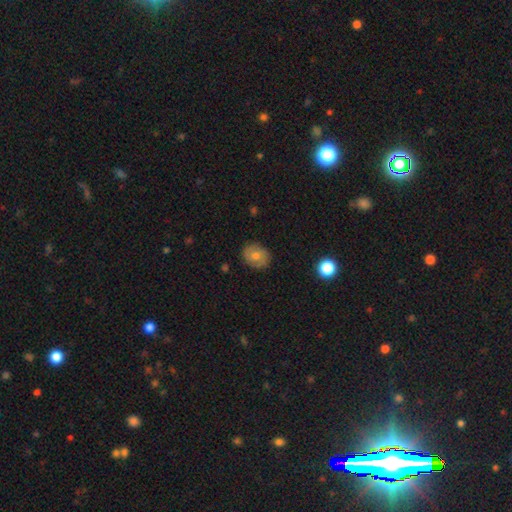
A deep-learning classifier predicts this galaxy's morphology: smooth 60%, featured or disk 31%, star or artifact 9%. Down the decision tree: how rounded — round (54%); merging — none (84%).